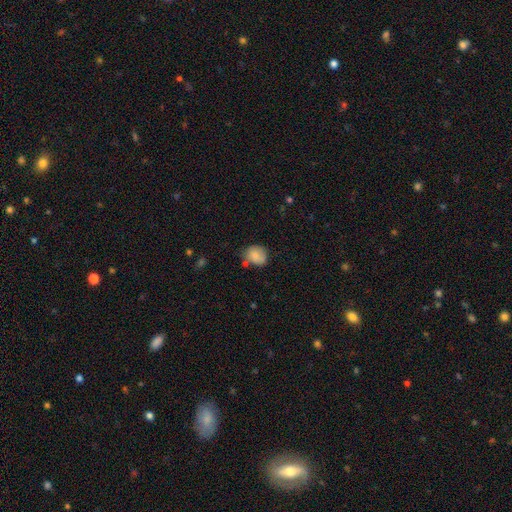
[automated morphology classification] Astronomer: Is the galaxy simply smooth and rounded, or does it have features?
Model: smooth — 82%.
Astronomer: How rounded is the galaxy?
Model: round — 67%.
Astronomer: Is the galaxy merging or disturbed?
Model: none — 61%.